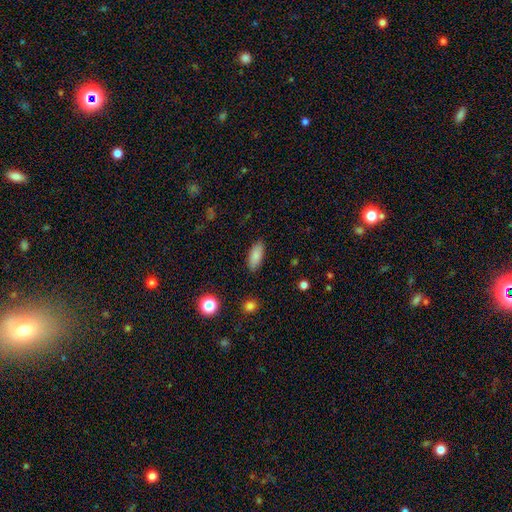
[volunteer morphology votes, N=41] A smooth galaxy with no disk features (85%) that is in between round and cigar-shaped (77%).

Vote fractions:
- Smooth or featured? smooth: 85% / star or artifact: 10% / featured or disk: 5%
- How rounded? in between: 77% / cigar-shaped: 20% / round: 3%
- Merging? none: 84% / minor disturbance: 8% / major disturbance: 5% / merger: 3%